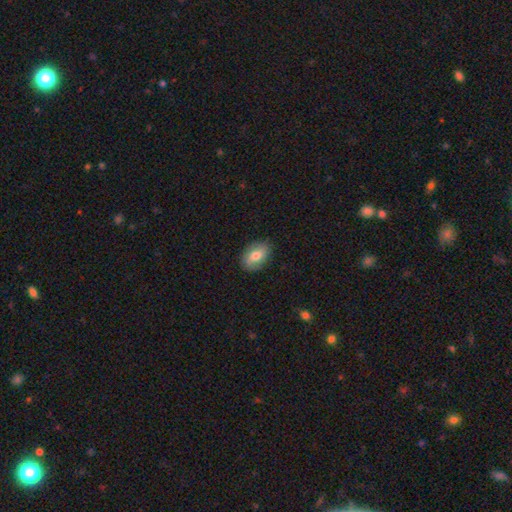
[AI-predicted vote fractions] smooth-or-featured: smooth: 65% | featured or disk: 28% | star or artifact: 7%
  how-rounded: in between: 87% | round: 11% | cigar-shaped: 2%
  merging: none: 84% | minor disturbance: 12% | major disturbance: 3% | merger: 1%